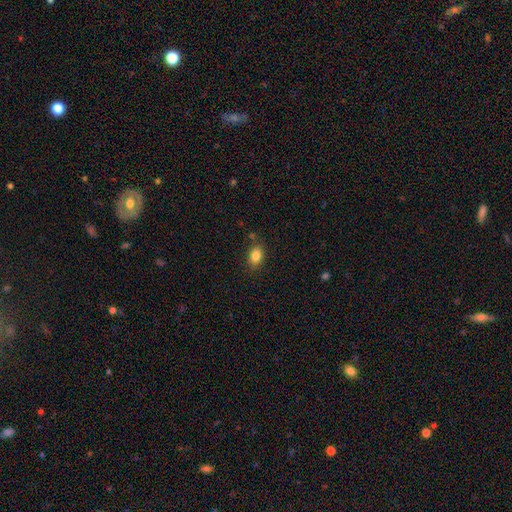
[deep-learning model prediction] Q: Smooth or featured?
A: smooth (85%); runner-up: star or artifact (10%)
Q: How rounded?
A: in between (77%); runner-up: round (21%)
Q: Merging?
A: none (82%); runner-up: minor disturbance (12%)